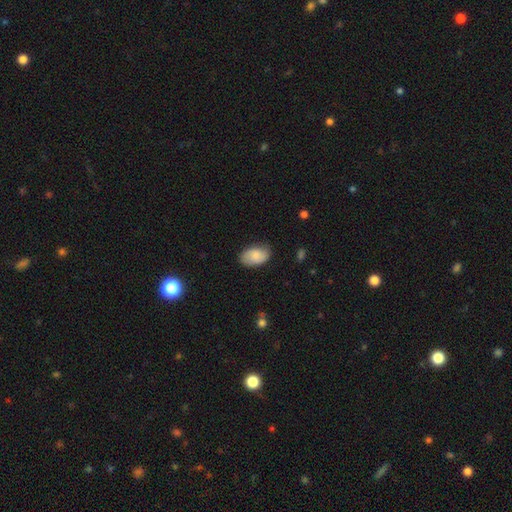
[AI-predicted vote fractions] Overall: smooth (77%). How rounded: in between (92%). Merging: none (77%).